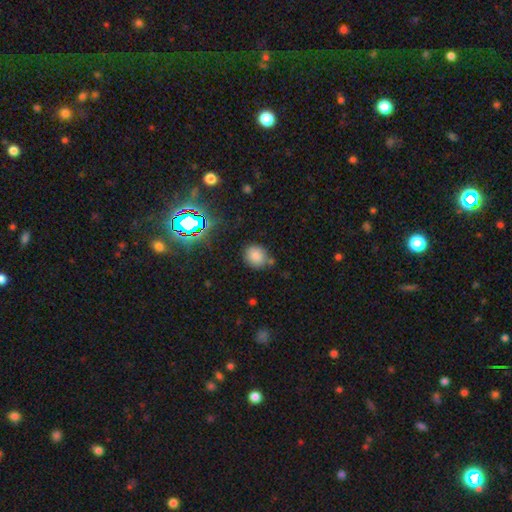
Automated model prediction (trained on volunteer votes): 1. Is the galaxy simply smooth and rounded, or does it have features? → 79% smooth, 14% star or artifact, 6% featured or disk.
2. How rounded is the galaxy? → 73% round, 26% in between, 1% cigar-shaped.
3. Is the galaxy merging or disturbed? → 72% none, 16% minor disturbance, 8% merger, 4% major disturbance.